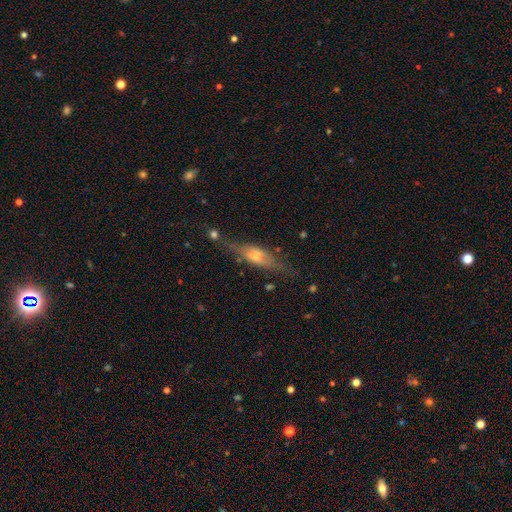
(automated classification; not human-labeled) A featured or disk galaxy (61%) viewed edge-on (85%) with a rounded central bulge (82%).

Vote fractions:
- Smooth or featured? featured or disk: 61% / smooth: 30% / star or artifact: 8%
- Edge-on disk? yes: 85% / no: 15%
- Edge-on bulge? rounded: 82% / boxy: 11% / none: 7%
- Merging? none: 70% / minor disturbance: 19% / major disturbance: 8% / merger: 4%